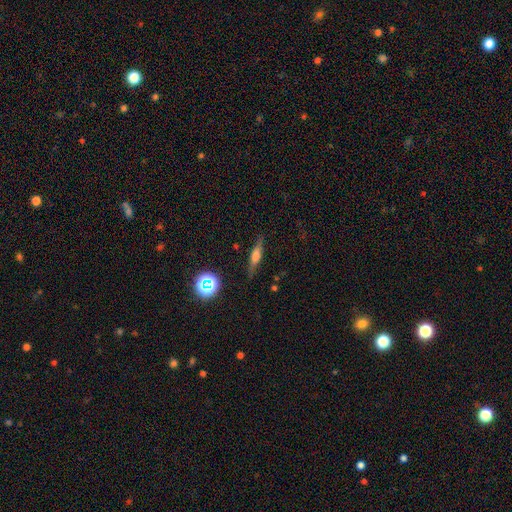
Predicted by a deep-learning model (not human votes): A smooth galaxy with no disk features (45%).

Vote fractions:
- Smooth or featured? smooth: 45% / featured or disk: 43% / star or artifact: 11%
- Merging? none: 82% / minor disturbance: 13% / major disturbance: 4% / merger: 2%